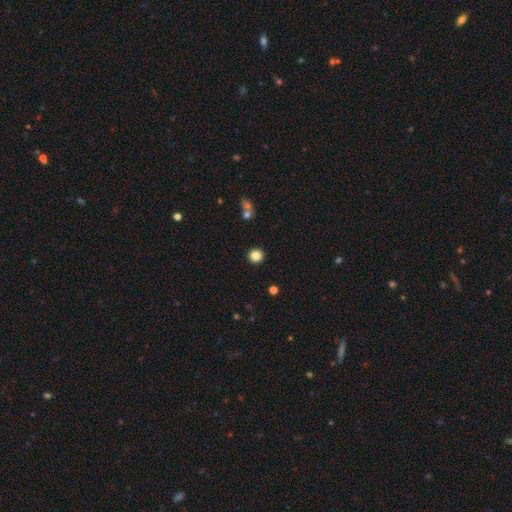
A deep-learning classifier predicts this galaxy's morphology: Smooth or featured?
  - smooth: 84% *
  - star or artifact: 11%
  - featured or disk: 5%
How rounded?
  - round: 94% *
  - in between: 5%
  - cigar-shaped: 1%
Merging?
  - none: 92% *
  - minor disturbance: 4%
  - merger: 2%
  - major disturbance: 2%